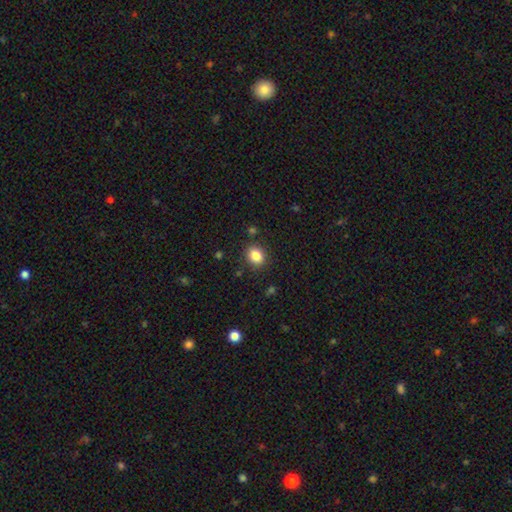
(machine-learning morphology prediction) smooth-or-featured: smooth: 85% | star or artifact: 10% | featured or disk: 5%
  how-rounded: in between: 53% | round: 46% | cigar-shaped: 1%
  merging: none: 86% | minor disturbance: 9% | major disturbance: 3% | merger: 2%